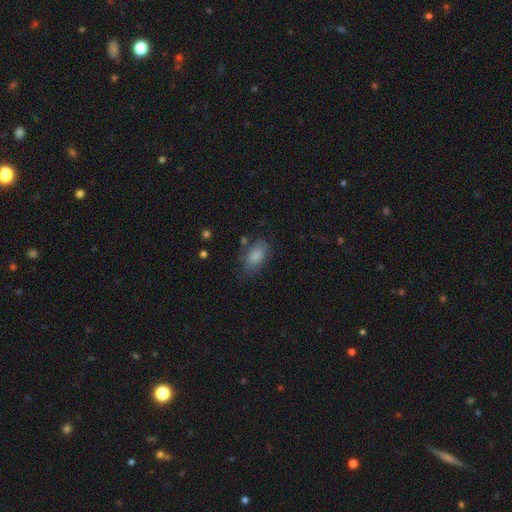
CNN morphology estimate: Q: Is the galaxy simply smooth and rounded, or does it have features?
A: smooth — 85%.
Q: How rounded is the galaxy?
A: in between — 91%.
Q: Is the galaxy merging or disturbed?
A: none — 68%.